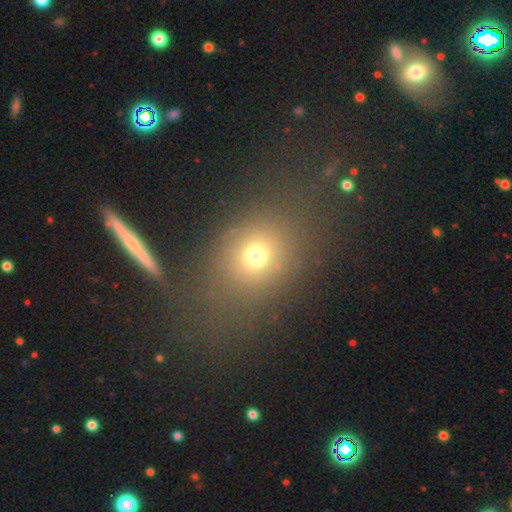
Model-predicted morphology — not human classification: Overall: smooth (70%). How rounded: round (54%; in between 44%). Merging: none (71%).